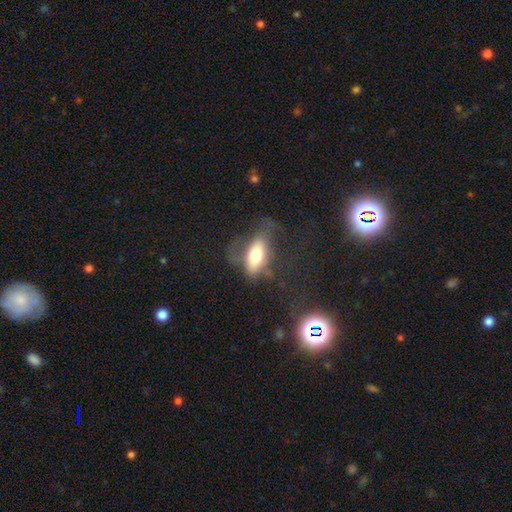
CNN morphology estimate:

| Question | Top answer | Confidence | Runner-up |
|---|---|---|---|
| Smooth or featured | smooth | 64% | featured or disk (28%) |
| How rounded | in between | 82% | cigar-shaped (14%) |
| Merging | none | 40% | major disturbance (32%) |